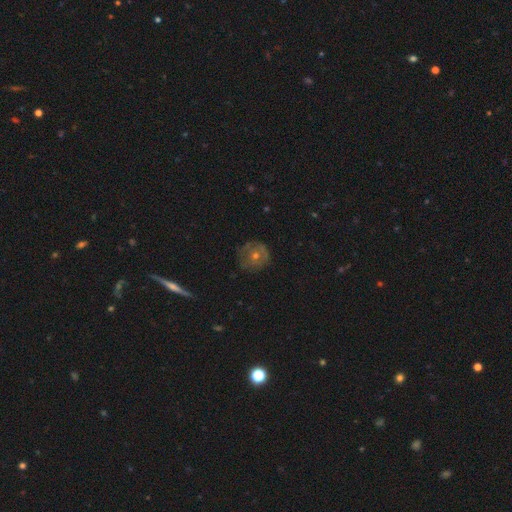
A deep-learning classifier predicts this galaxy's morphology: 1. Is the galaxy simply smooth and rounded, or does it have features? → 53% featured or disk, 34% smooth, 14% star or artifact.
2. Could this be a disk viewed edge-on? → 86% no, 14% yes.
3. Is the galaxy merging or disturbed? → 76% none, 17% minor disturbance, 6% major disturbance, 1% merger.